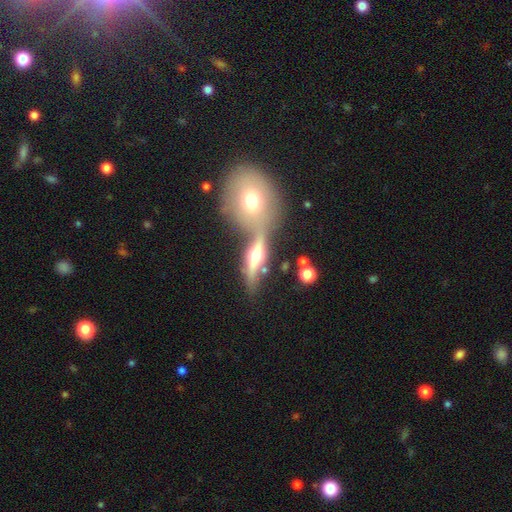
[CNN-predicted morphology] A featured or disk galaxy (65%) viewed edge-on (80%) with a rounded central bulge (94%).

Vote fractions:
- Smooth or featured? featured or disk: 65% / smooth: 26% / star or artifact: 9%
- Edge-on disk? yes: 80% / no: 20%
- Edge-on bulge? rounded: 94% / boxy: 3% / none: 2%
- Merging? none: 45% / merger: 37% / minor disturbance: 11% / major disturbance: 7%